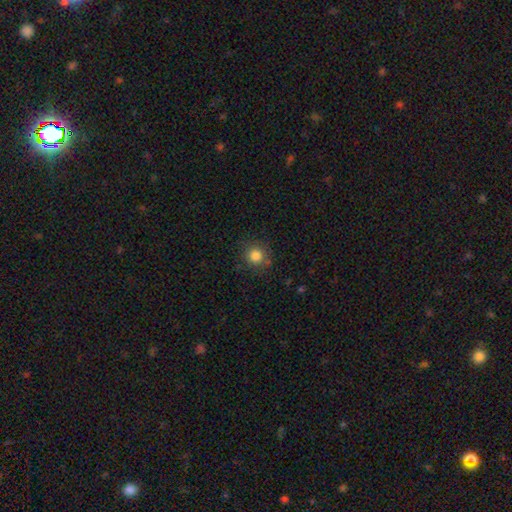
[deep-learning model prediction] A smooth galaxy with no disk features (83%) that is round (92%). Merging: none (84%).